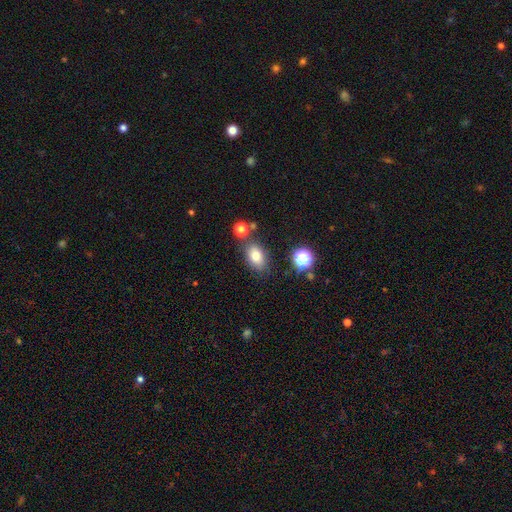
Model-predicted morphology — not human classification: Smooth or featured: smooth — 79% (star or artifact — 12%)
How rounded: in between — 81% (round — 17%)
Merging: none — 72% (minor disturbance — 14%)